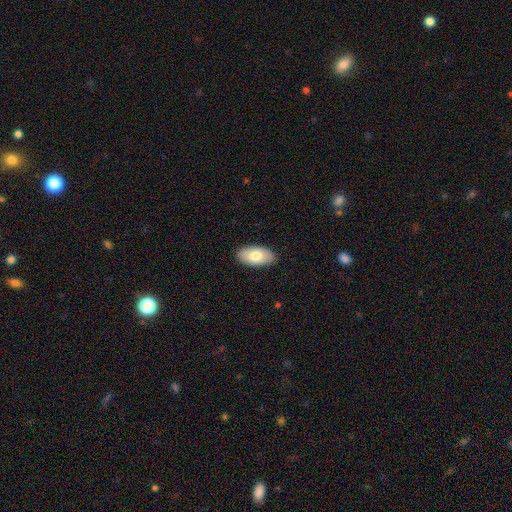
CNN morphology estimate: A smooth galaxy with no disk features (78%) that is in between round and cigar-shaped (95%). Merging: none (88%).